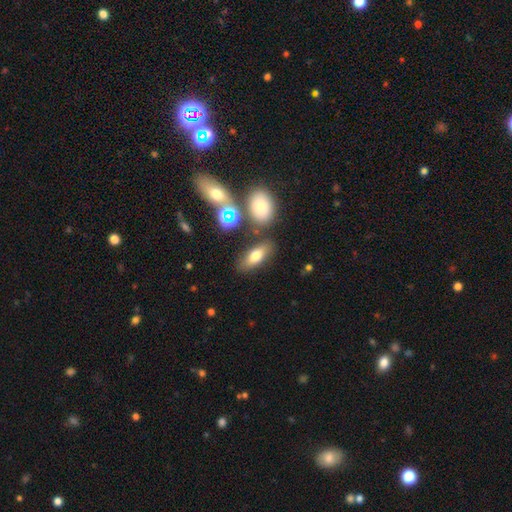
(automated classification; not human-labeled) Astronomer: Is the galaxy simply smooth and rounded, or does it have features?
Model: smooth — 70%.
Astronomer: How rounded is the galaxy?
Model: in between — 76%.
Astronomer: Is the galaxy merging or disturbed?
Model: none — 75%.